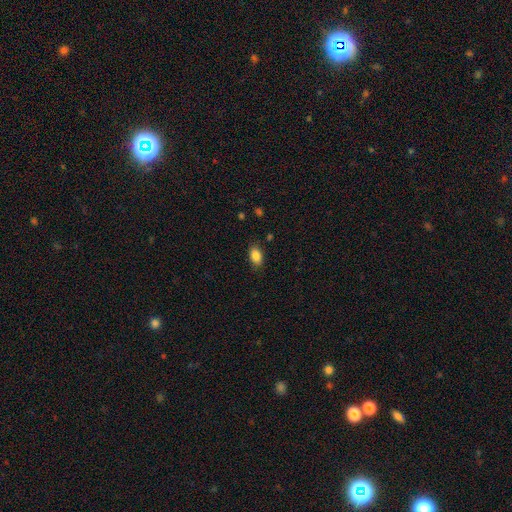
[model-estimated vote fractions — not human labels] Smooth or featured? Predicted: smooth (p=0.87). How rounded? Predicted: in between (p=0.89). Merging? Predicted: none (p=0.85).